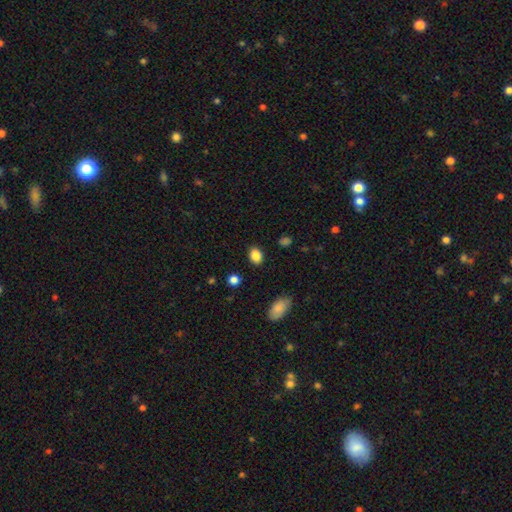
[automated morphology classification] Smooth or featured? smooth (87%)
How rounded? in between (66%)
Merging? none (87%)